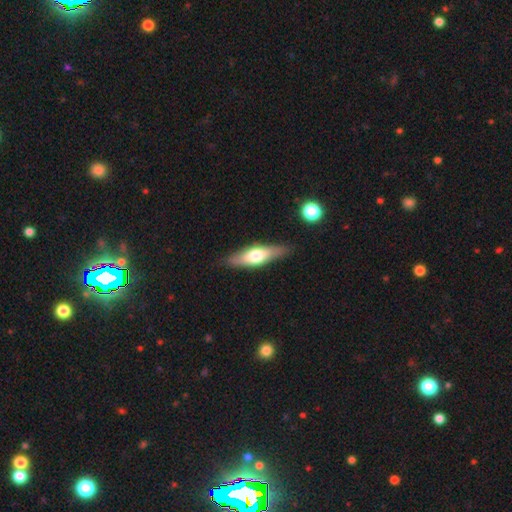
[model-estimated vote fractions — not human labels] smooth-or-featured: smooth: 50% | featured or disk: 45% | star or artifact: 6%
  merging: none: 85% | minor disturbance: 11% | major disturbance: 2% | merger: 1%